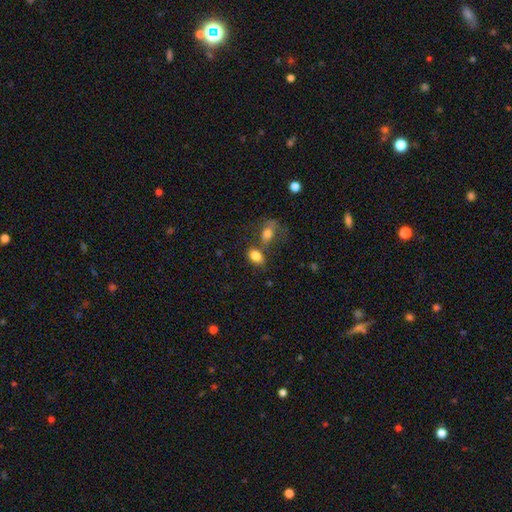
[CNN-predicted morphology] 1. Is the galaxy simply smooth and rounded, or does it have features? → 83% smooth, 9% star or artifact, 8% featured or disk.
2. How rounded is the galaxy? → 83% in between, 16% round, 2% cigar-shaped.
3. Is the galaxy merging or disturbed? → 51% none, 30% merger, 13% minor disturbance, 6% major disturbance.